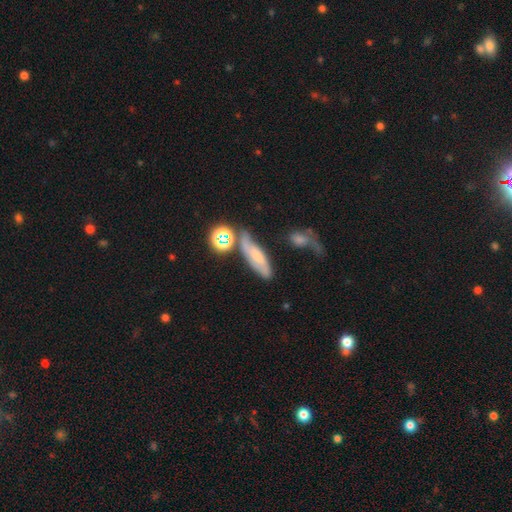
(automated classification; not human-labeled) A smooth galaxy with no disk features (44%). Merging: none (50%).